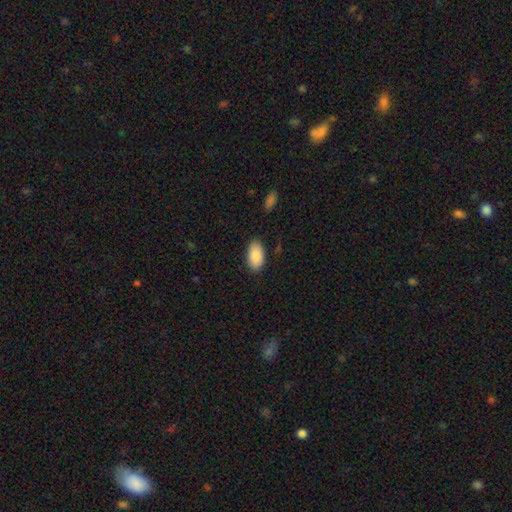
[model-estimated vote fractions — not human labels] Smooth or featured? Predicted: smooth (p=0.89). How rounded? Predicted: in between (p=0.95). Merging? Predicted: none (p=0.85).